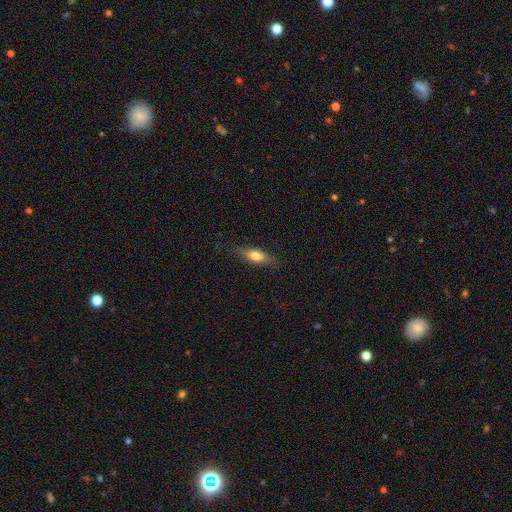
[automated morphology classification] This is likely a smooth galaxy (61%). How rounded: possibly cigar-shaped (51%). Merging: clearly none (80%).